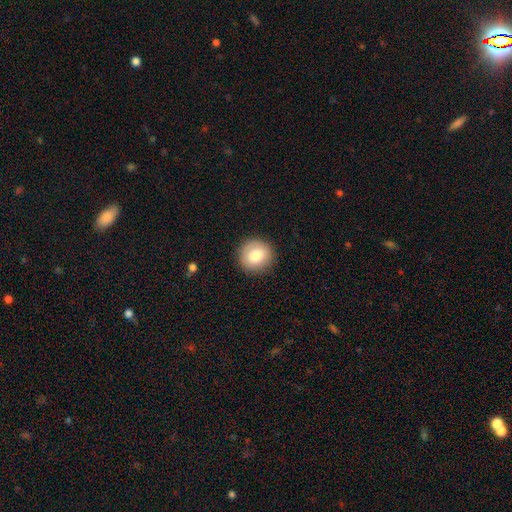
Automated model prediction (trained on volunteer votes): Smooth or featured?
  - smooth: 81% *
  - featured or disk: 12%
  - star or artifact: 8%
How rounded?
  - round: 91% *
  - in between: 8%
  - cigar-shaped: 1%
Merging?
  - none: 88% *
  - minor disturbance: 8%
  - major disturbance: 2%
  - merger: 1%